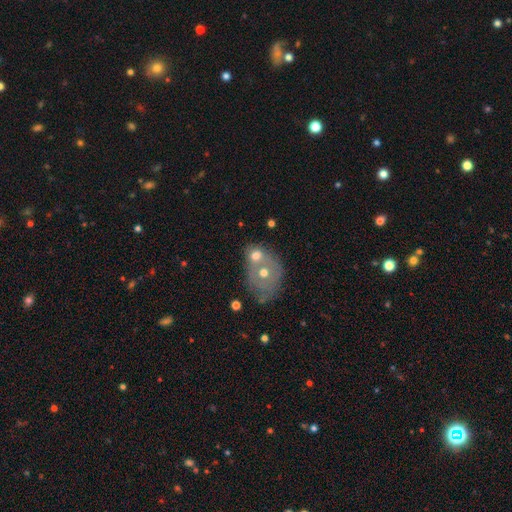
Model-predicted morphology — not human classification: smooth_or_featured: smooth (p=0.55) [alt: featured or disk p=0.34]
how_rounded: round (p=0.57) [alt: in between p=0.42]
merging: merger (p=0.64) [alt: none p=0.22]